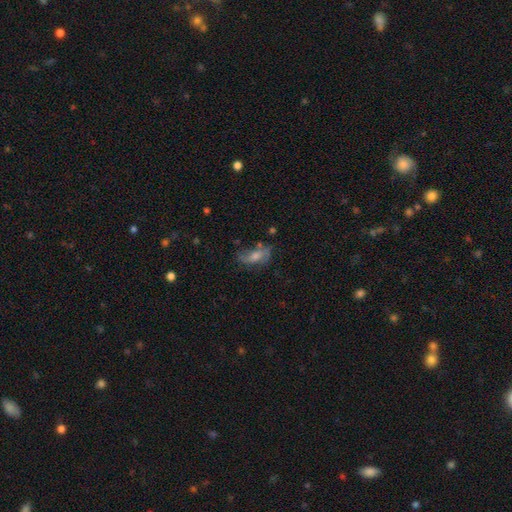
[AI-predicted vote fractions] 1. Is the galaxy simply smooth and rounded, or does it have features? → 53% featured or disk, 33% smooth, 14% star or artifact.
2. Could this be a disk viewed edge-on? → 87% no, 13% yes.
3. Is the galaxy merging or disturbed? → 54% none, 24% minor disturbance, 18% major disturbance, 4% merger.